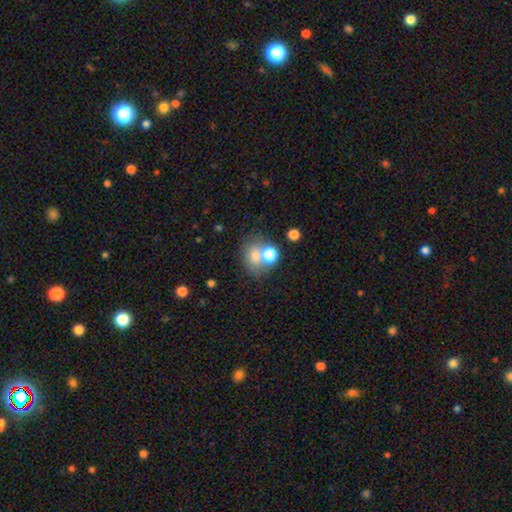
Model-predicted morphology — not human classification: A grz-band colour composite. It shows a smooth galaxy with no disk features (71%) that is round (51%). Merging: none (46%).